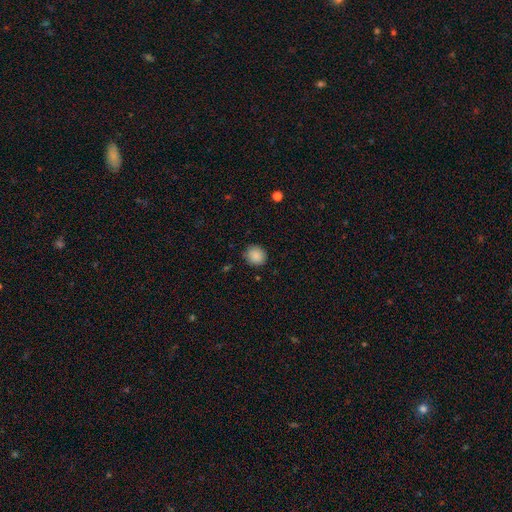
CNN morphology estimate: smooth-or-featured: smooth: 88% | star or artifact: 9% | featured or disk: 3%
  how-rounded: round: 84% | in between: 16% | cigar-shaped: 1%
  merging: none: 86% | minor disturbance: 11% | major disturbance: 2% | merger: 1%